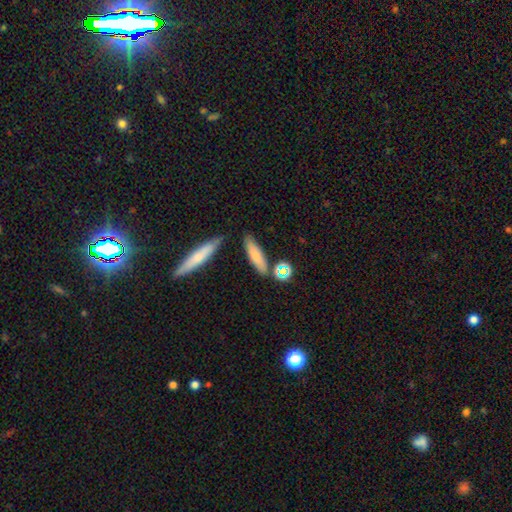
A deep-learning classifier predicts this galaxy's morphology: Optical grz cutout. It shows a smooth galaxy with no disk features (75%) that is cigar-shaped (63%). Merging: none (75%).